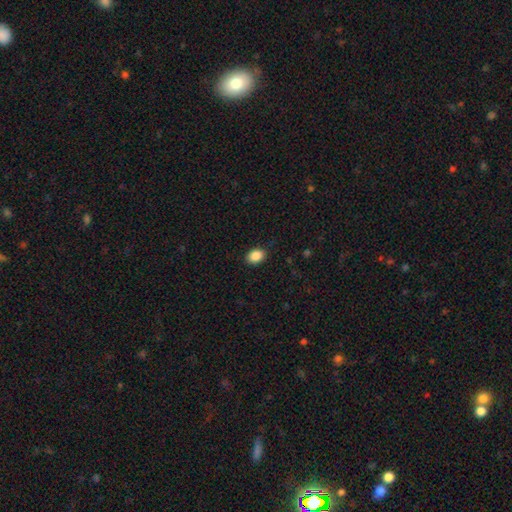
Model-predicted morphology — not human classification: This appears to be a smooth galaxy with no disk features (88%) that is in between round and cigar-shaped (72%). Merging: none (88%).